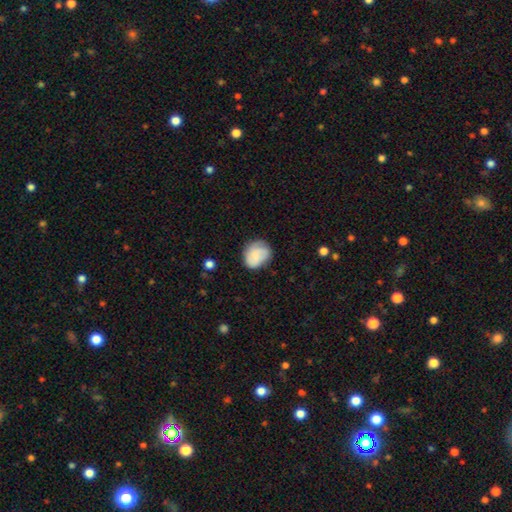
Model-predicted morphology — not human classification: smooth 67%, featured or disk 26%, star or artifact 8%. Down the decision tree: how rounded — round (54%); merging — none (65%).